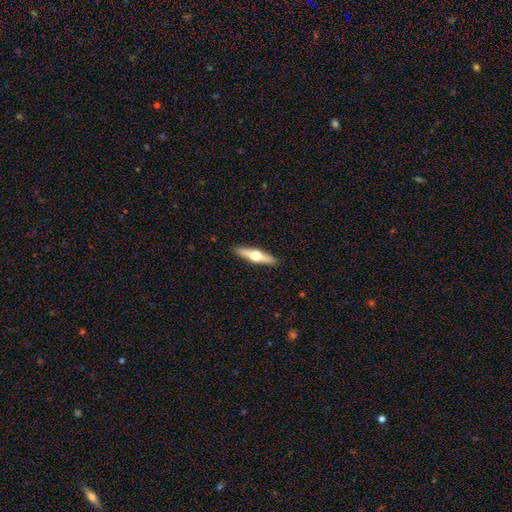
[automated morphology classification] Smooth or featured? Predicted: featured or disk (p=0.61). Edge-on disk? Predicted: yes (p=0.95). Edge-on bulge? Predicted: rounded (p=0.96). Merging? Predicted: none (p=0.91).